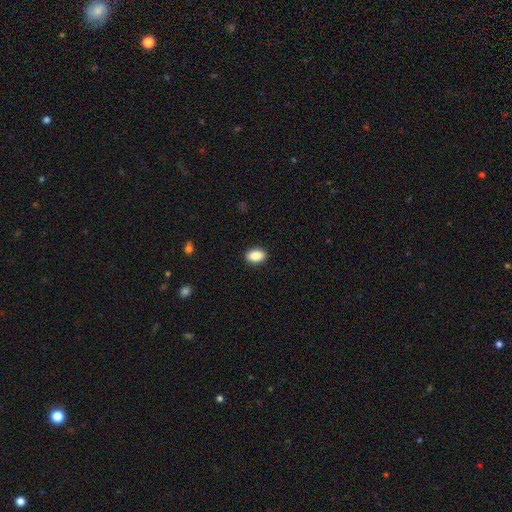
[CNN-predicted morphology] smooth-or-featured: smooth: 88% | star or artifact: 7% | featured or disk: 5%
  how-rounded: in between: 86% | round: 12% | cigar-shaped: 2%
  merging: none: 90% | minor disturbance: 7% | major disturbance: 2% | merger: 1%